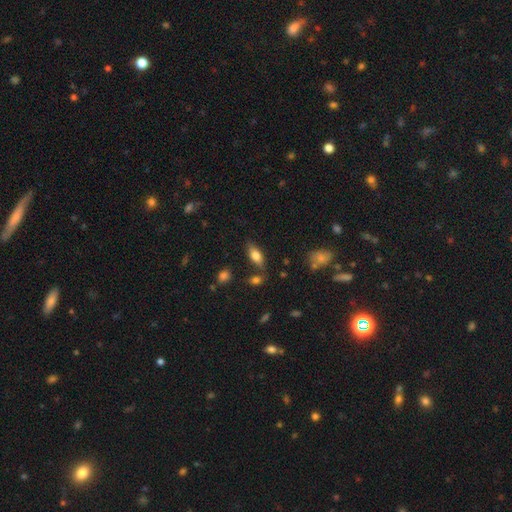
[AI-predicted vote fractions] smooth-or-featured: smooth: 73% | featured or disk: 19% | star or artifact: 8%
  how-rounded: in between: 81% | cigar-shaped: 16% | round: 3%
  merging: none: 74% | minor disturbance: 14% | merger: 7% | major disturbance: 4%